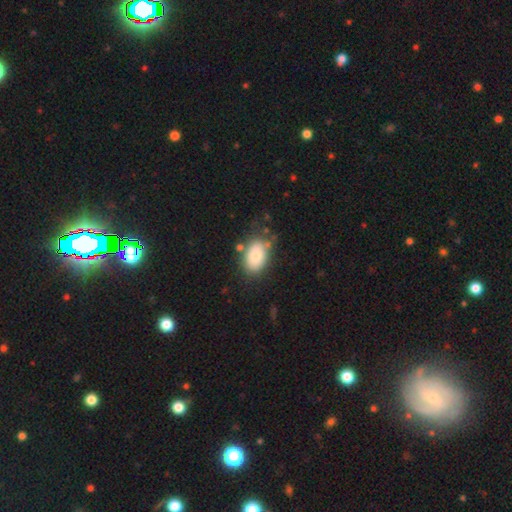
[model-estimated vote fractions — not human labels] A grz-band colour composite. It shows a smooth galaxy with no disk features (77%) that is in between round and cigar-shaped (88%). Merging: none (69%).